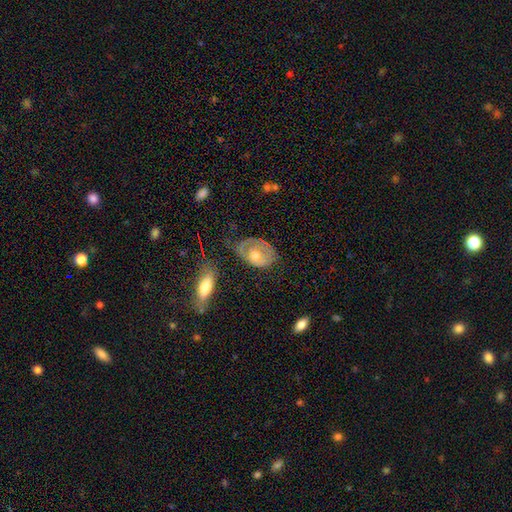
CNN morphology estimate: A featured or disk galaxy (56%) with no bar (82%), no spiral arms (53%) and a moderate central bulge (65%).

Vote fractions:
- Smooth or featured? featured or disk: 56% / smooth: 37% / star or artifact: 7%
- Edge-on disk? no: 92% / yes: 8%
- Bar? no: 82% / weak: 15% / strong: 3%
- Spiral arms? no: 53% / yes: 47%
- Bulge size? moderate: 65% / small: 27% / large: 5% / none: 2% / dominant: 1%
- Merging? none: 47% / minor disturbance: 28% / major disturbance: 21% / merger: 4%